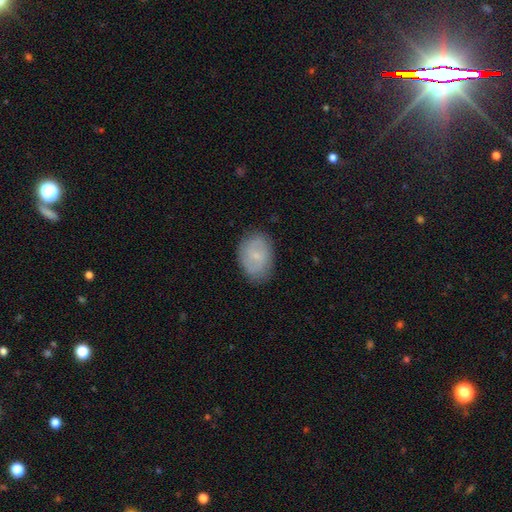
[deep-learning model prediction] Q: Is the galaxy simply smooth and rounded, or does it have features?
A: smooth — 55%.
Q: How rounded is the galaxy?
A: in between — 74%.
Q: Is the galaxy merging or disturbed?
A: none — 80%.